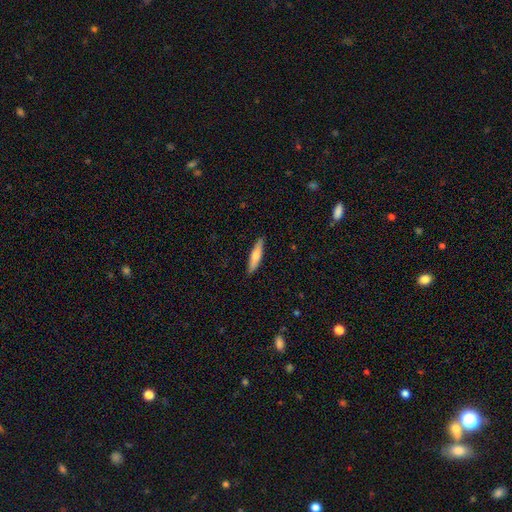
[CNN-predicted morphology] Smooth or featured? smooth (66%)
How rounded? cigar-shaped (82%)
Merging? none (89%)